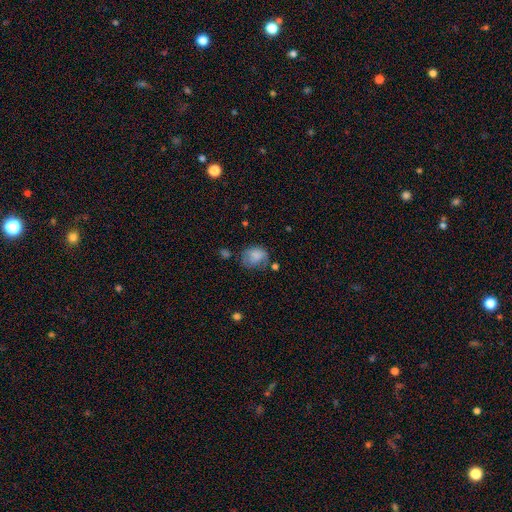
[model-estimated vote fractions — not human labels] Smooth or featured: smooth — 77% (featured or disk — 14%)
How rounded: in between — 54% (round — 45%)
Merging: none — 47% (minor disturbance — 31%)